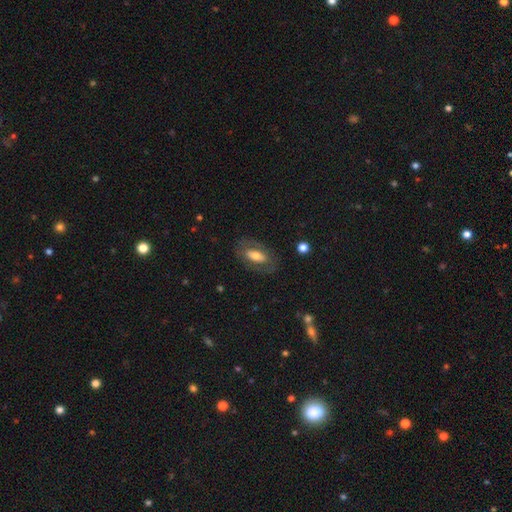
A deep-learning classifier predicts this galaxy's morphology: type=smooth (52%); roundness=in between (88%); merging=none (77%).